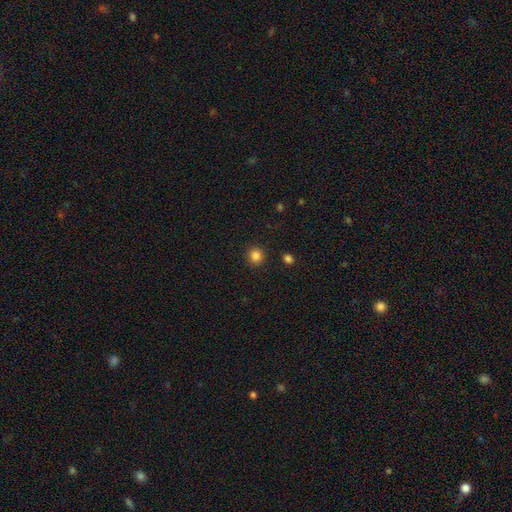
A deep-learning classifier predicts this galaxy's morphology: A smooth galaxy with no disk features (85%) that is round (91%).

Vote fractions:
- Smooth or featured? smooth: 85% / star or artifact: 12% / featured or disk: 4%
- How rounded? round: 91% / in between: 8% / cigar-shaped: 1%
- Merging? none: 90% / minor disturbance: 6% / major disturbance: 2% / merger: 2%